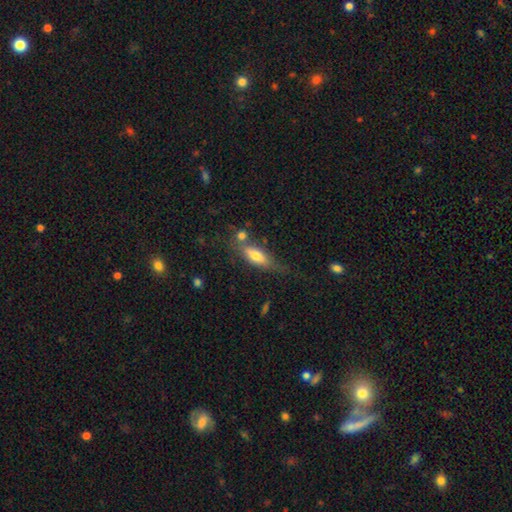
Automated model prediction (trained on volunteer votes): This appears to be a smooth galaxy with no disk features (62%) that is in between round and cigar-shaped (59%). Merging: none (56%).